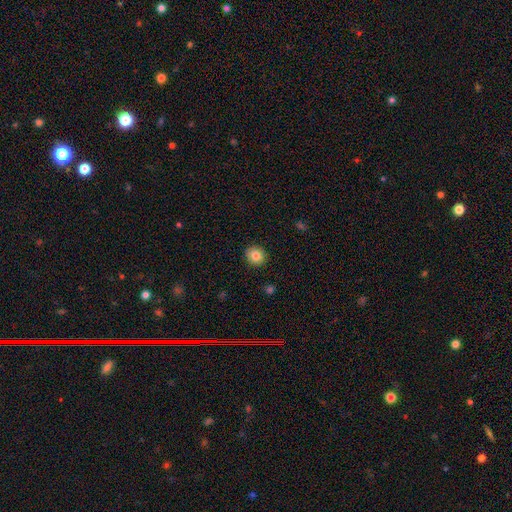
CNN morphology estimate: type=smooth (84%); roundness=round (82%); merging=none (90%).